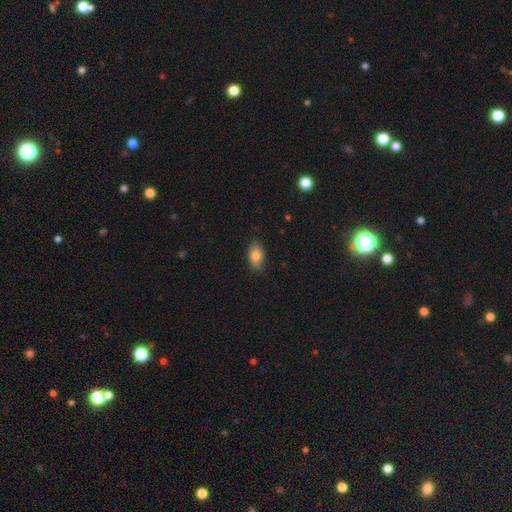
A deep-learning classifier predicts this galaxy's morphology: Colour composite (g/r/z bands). It shows a smooth galaxy with no disk features (81%) that is in between round and cigar-shaped (91%). Merging: none (85%).